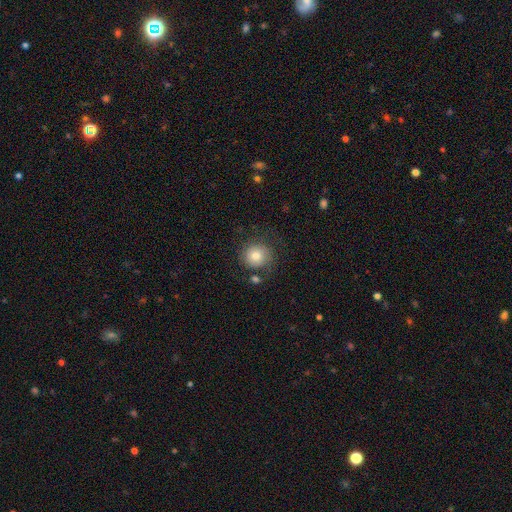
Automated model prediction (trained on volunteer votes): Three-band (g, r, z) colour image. It shows a smooth galaxy with no disk features (77%) that is round (91%). Merging: none (69%).